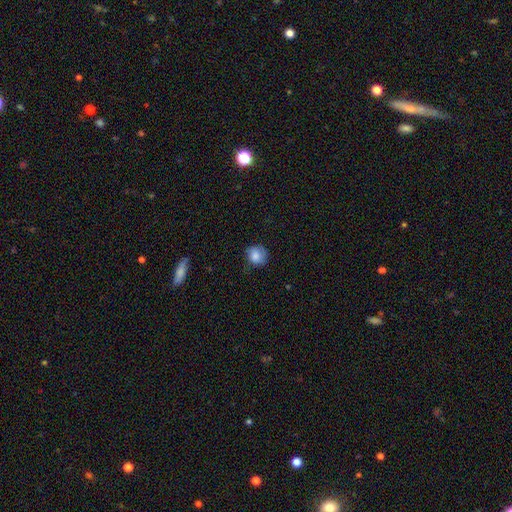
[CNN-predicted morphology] This appears to be a smooth galaxy with no disk features (81%) that is round (77%). Merging: none (63%).